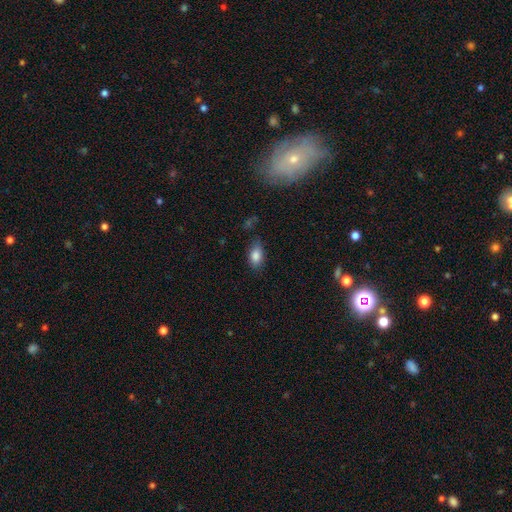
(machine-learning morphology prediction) This is clearly a smooth galaxy (84%). How rounded: clearly in between (88%). Merging: likely none (76%).